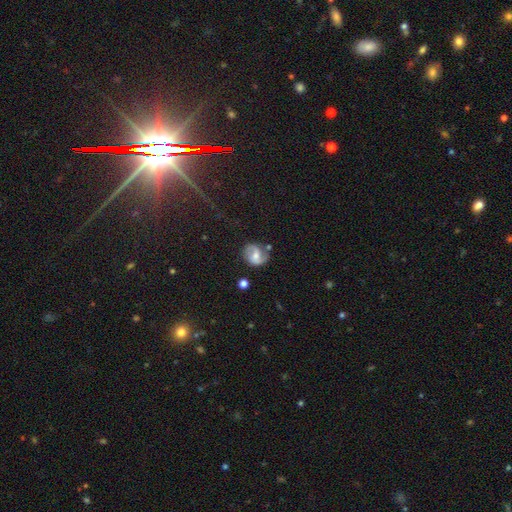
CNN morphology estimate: featured or disk 66%, smooth 26%, star or artifact 8%. Down the decision tree: edge-on disk — no (97%); bar — weak (46%); spiral arms — yes (90%); spiral arm count — 2 (86%); spiral winding — medium (46%); bulge size — moderate (59%); merging — none (70%).